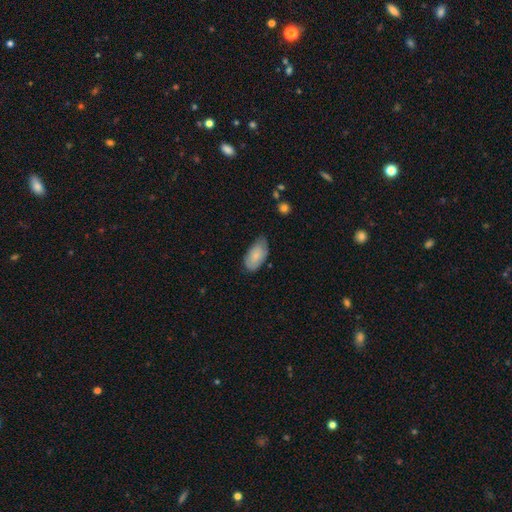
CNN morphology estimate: Smooth or featured?
  - smooth: 76% *
  - featured or disk: 18%
  - star or artifact: 6%
How rounded?
  - in between: 94% *
  - round: 3%
  - cigar-shaped: 3%
Merging?
  - none: 58% *
  - minor disturbance: 34%
  - major disturbance: 6%
  - merger: 2%